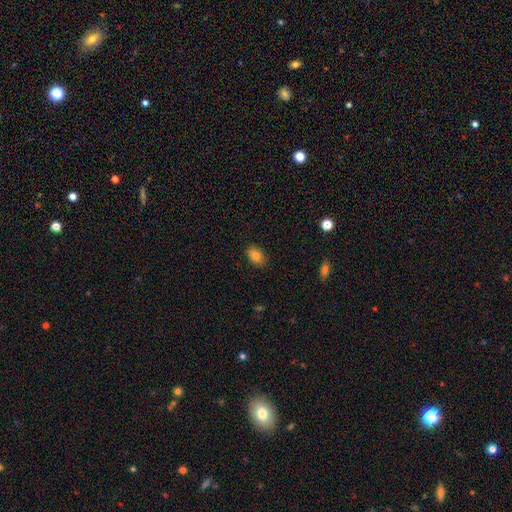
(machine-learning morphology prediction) A smooth galaxy with no disk features (82%) that is in between round and cigar-shaped (83%).

Vote fractions:
- Smooth or featured? smooth: 82% / star or artifact: 9% / featured or disk: 9%
- How rounded? in between: 83% / round: 16% / cigar-shaped: 1%
- Merging? none: 87% / minor disturbance: 10% / major disturbance: 2% / merger: 1%